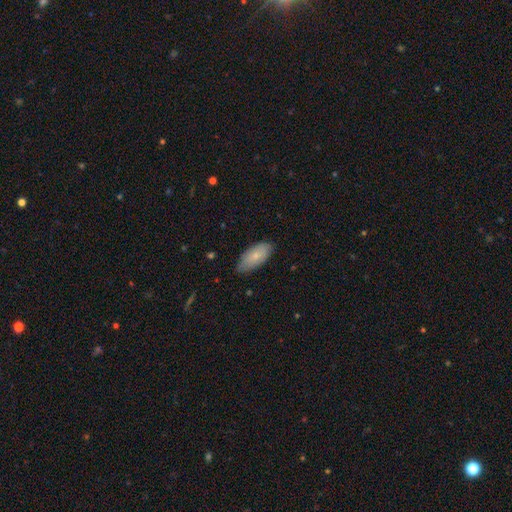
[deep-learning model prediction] Smooth or featured: smooth — 75% (featured or disk — 18%)
How rounded: in between — 90% (cigar-shaped — 8%)
Merging: none — 75% (minor disturbance — 21%)